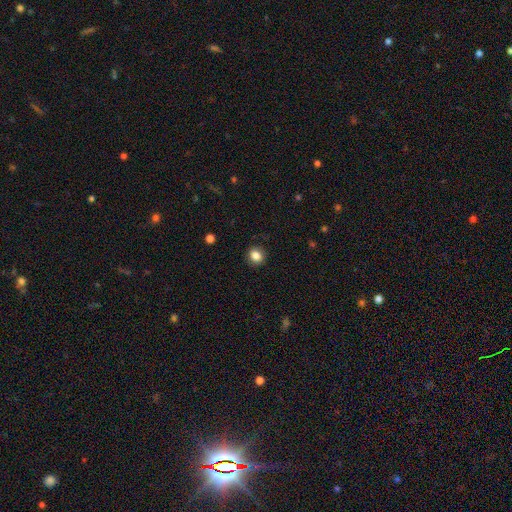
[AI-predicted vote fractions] A smooth galaxy with no disk features (85%) that is round (79%).

Vote fractions:
- Smooth or featured? smooth: 85% / star or artifact: 10% / featured or disk: 5%
- How rounded? round: 79% / in between: 20% / cigar-shaped: 1%
- Merging? none: 90% / minor disturbance: 7% / major disturbance: 2% / merger: 1%